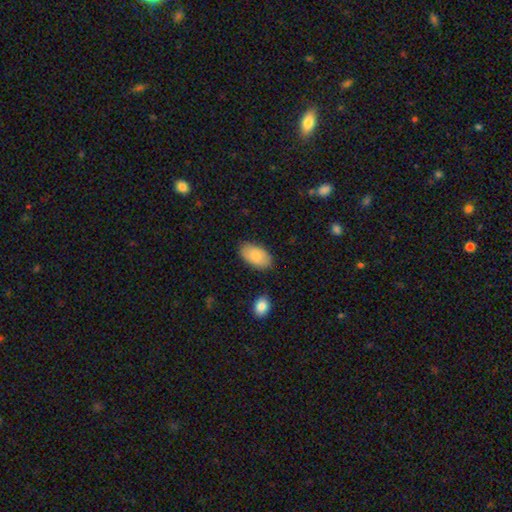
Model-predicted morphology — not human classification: This appears to be a smooth galaxy with no disk features (86%) that is in between round and cigar-shaped (95%). Merging: none (82%).